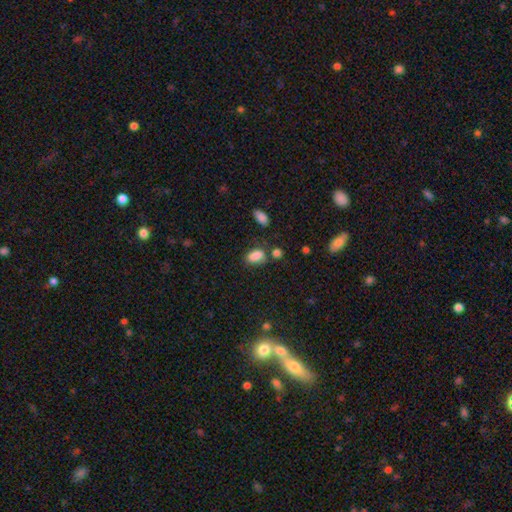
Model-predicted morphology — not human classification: smooth 85%, star or artifact 10%, featured or disk 5%. Down the decision tree: how rounded — in between (88%); merging — none (63%).